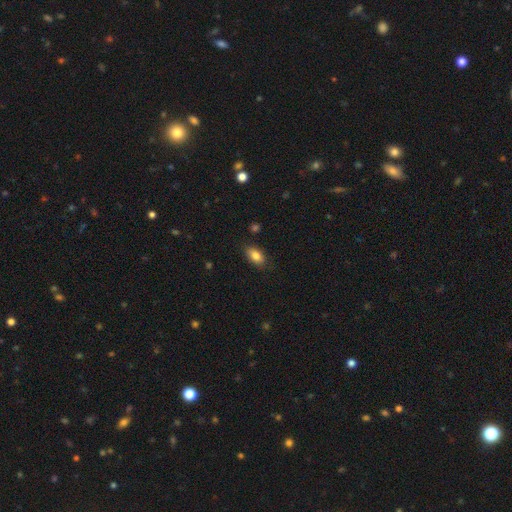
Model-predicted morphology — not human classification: smooth-or-featured: smooth: 83% | featured or disk: 9% | star or artifact: 8%
  how-rounded: in between: 89% | round: 7% | cigar-shaped: 4%
  merging: none: 85% | minor disturbance: 12% | major disturbance: 2% | merger: 1%